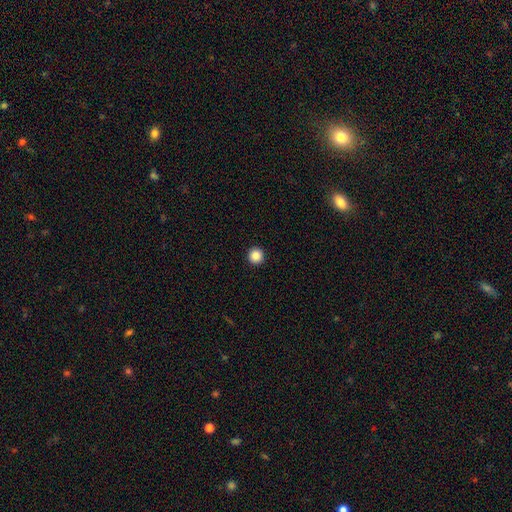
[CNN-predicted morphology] Overall: smooth (87%). How rounded: round (96%). Merging: none (94%).